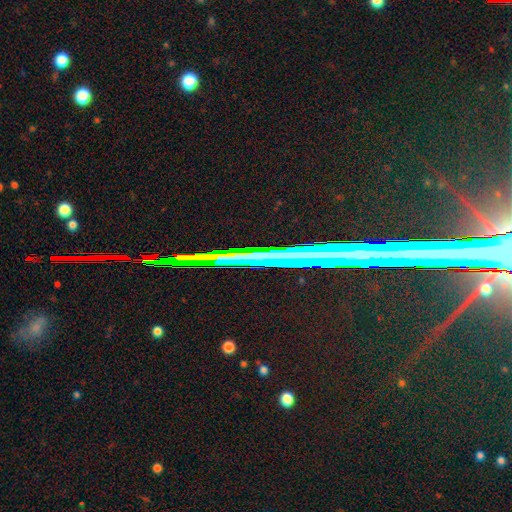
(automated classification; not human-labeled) Smooth or featured? Predicted: star or artifact (p=0.64).